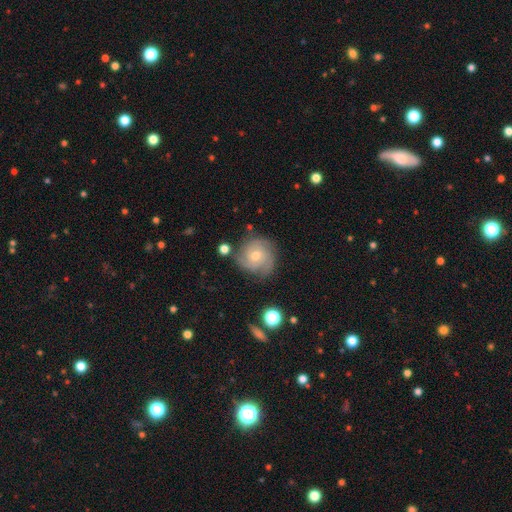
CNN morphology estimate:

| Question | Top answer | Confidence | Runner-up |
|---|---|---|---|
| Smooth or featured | featured or disk | 73% | smooth (18%) |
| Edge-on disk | no | 98% | yes (2%) |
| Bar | no | 77% | weak (20%) |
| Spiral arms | yes | 93% | no (7%) |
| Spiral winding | tight | 63% | medium (29%) |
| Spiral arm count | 3 | 37% | can't tell (25%) |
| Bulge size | moderate | 57% | small (40%) |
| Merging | none | 74% | minor disturbance (17%) |